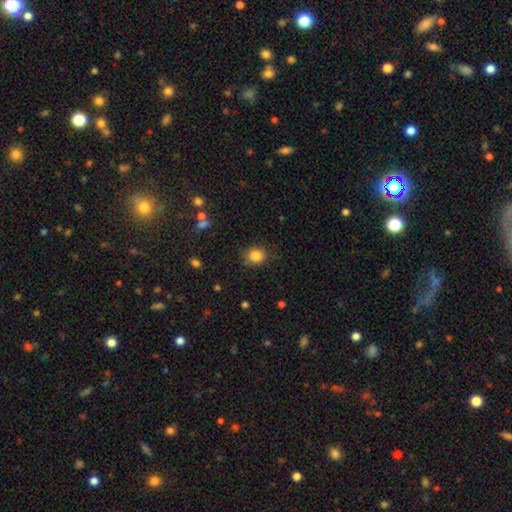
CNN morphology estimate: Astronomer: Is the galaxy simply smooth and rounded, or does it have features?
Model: smooth — 84%.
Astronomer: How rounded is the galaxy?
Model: round — 74%.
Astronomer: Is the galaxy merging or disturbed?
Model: none — 80%.